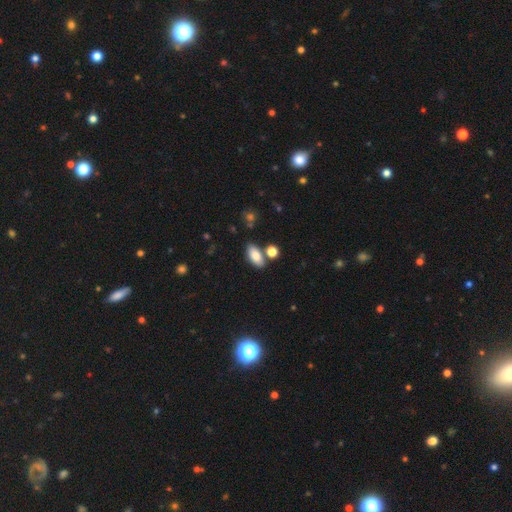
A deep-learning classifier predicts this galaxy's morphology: smooth 81%, featured or disk 11%, star or artifact 8%. Down the decision tree: how rounded — in between (90%); merging — none (73%).